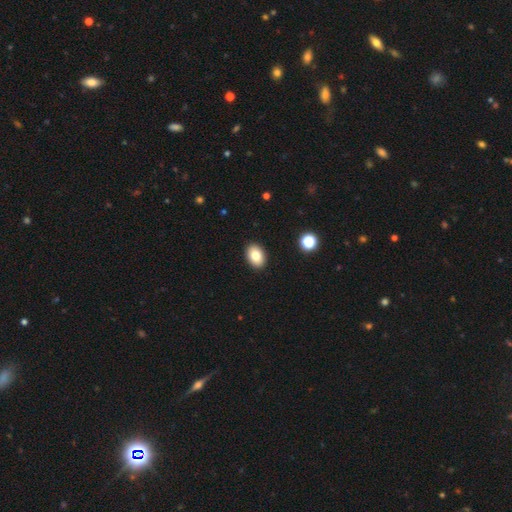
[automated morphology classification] A smooth galaxy with no disk features (83%) that is in between round and cigar-shaped (84%). Merging: none (91%).